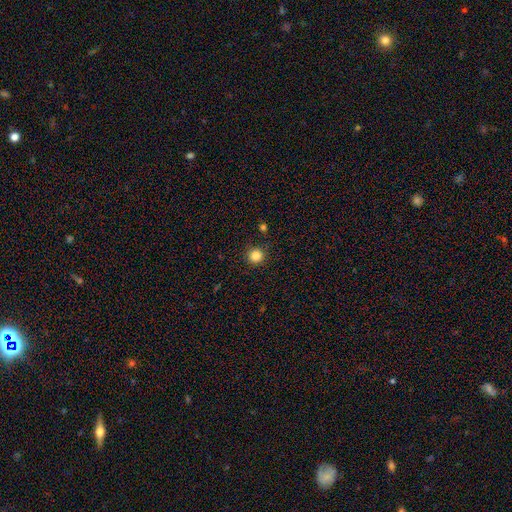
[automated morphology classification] smooth-or-featured: smooth: 85% | star or artifact: 12% | featured or disk: 4%
  how-rounded: round: 95% | in between: 4% | cigar-shaped: 1%
  merging: none: 91% | minor disturbance: 6% | major disturbance: 2% | merger: 2%